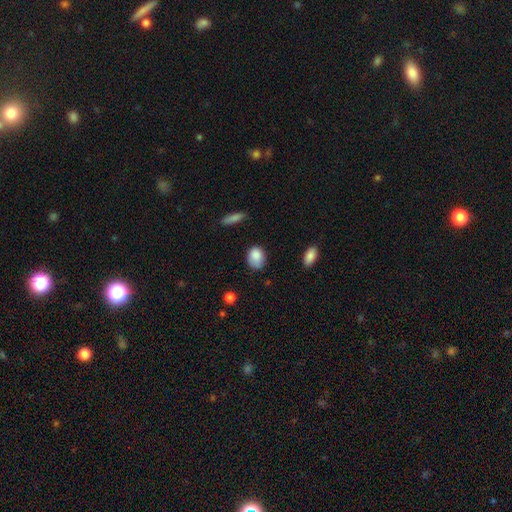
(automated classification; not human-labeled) Overall: smooth (84%). How rounded: in between (59%; round 39%). Merging: none (61%; minor disturbance 29%).